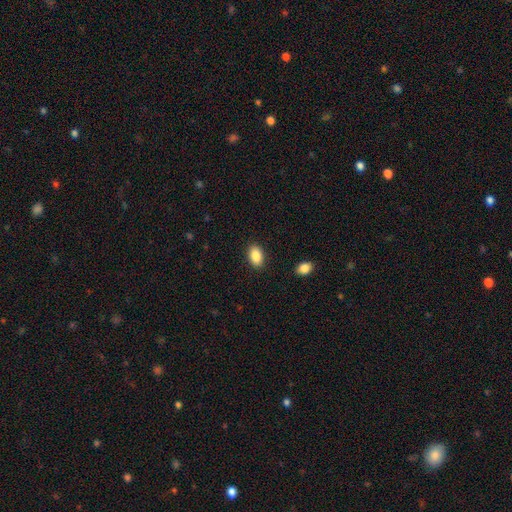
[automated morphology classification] The model was most divided on "smooth or featured": smooth: 88%, star or artifact: 7%, featured or disk: 5%. More confident: how rounded — in between (92%); merging — none (89%).